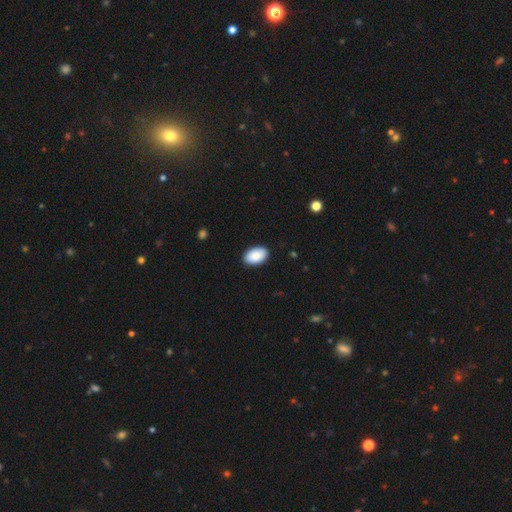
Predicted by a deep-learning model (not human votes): smooth_or_featured: smooth (p=0.90) [alt: star or artifact p=0.06]
how_rounded: in between (p=0.93) [alt: round p=0.06]
merging: none (p=0.89) [alt: minor disturbance p=0.08]